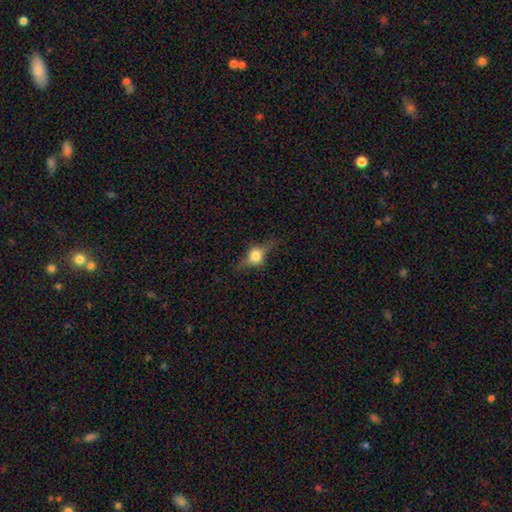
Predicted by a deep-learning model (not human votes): A featured or disk galaxy (49%).

Vote fractions:
- Smooth or featured? featured or disk: 49% / smooth: 38% / star or artifact: 13%
- Merging? none: 72% / minor disturbance: 18% / major disturbance: 8% / merger: 1%